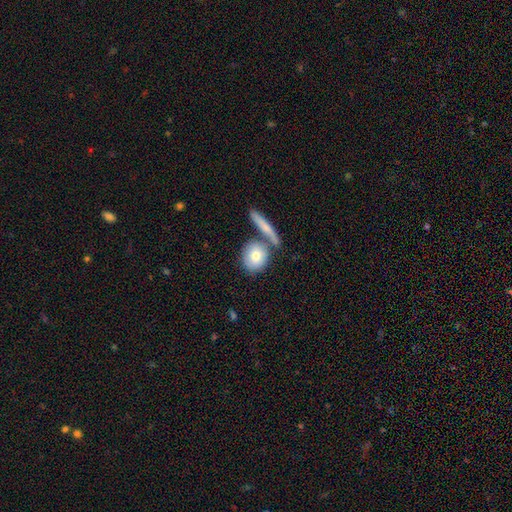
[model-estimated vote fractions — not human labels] smooth-or-featured: smooth: 75% | featured or disk: 19% | star or artifact: 6%
  how-rounded: round: 65% | in between: 29% | cigar-shaped: 6%
  merging: none: 58% | merger: 26% | minor disturbance: 12% | major disturbance: 4%